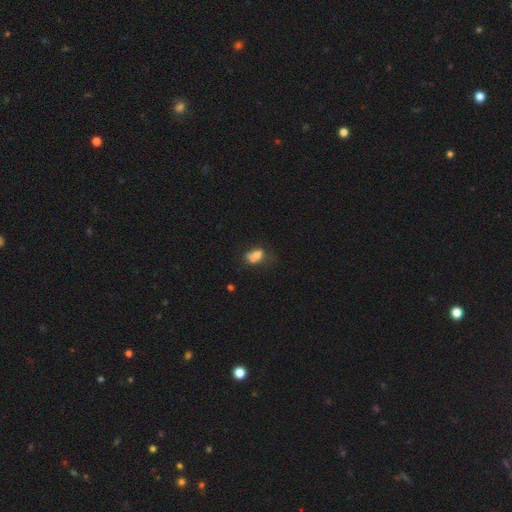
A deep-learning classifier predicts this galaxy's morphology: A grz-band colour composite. It shows a smooth galaxy with no disk features (61%) that is in between round and cigar-shaped (59%). Merging: merger (48%).